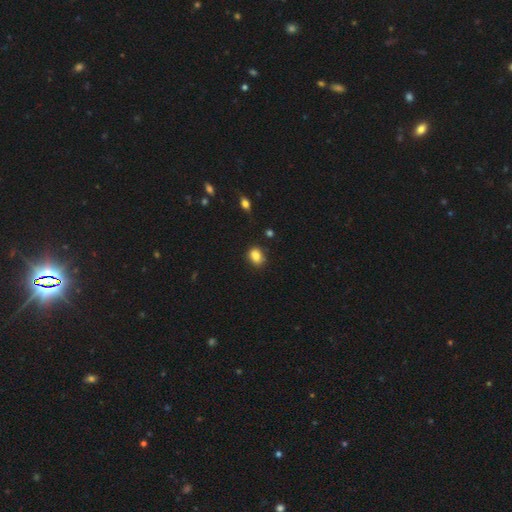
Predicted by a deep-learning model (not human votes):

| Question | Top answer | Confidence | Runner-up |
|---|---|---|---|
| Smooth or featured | smooth | 84% | star or artifact (10%) |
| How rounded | in between | 53% | round (46%) |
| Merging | none | 75% | minor disturbance (18%) |